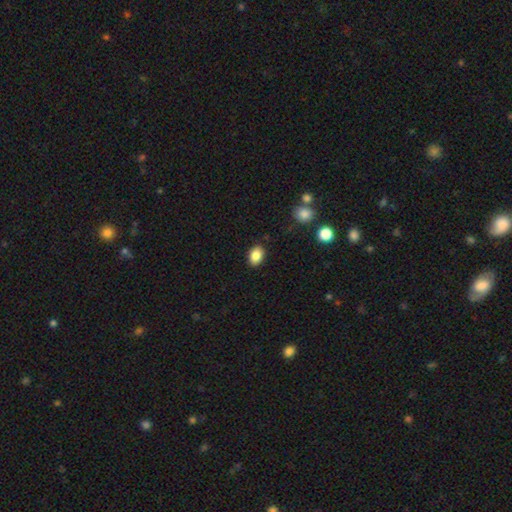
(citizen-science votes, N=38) A smooth galaxy with no disk features (92%) that is in between round and cigar-shaped (77%). Merging: none (89%).